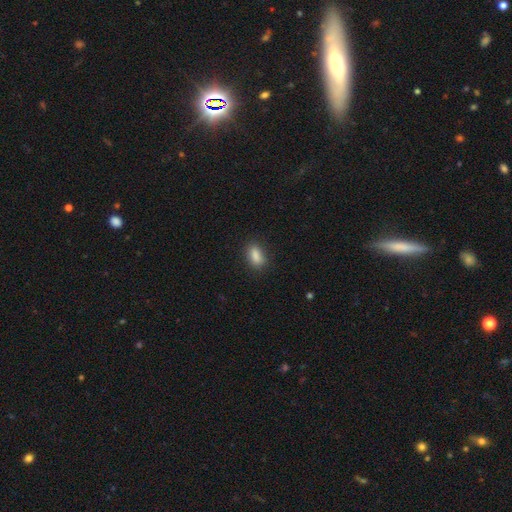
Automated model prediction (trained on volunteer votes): Morphology: type=smooth (88%); roundness=in between (86%); merging=none (85%).